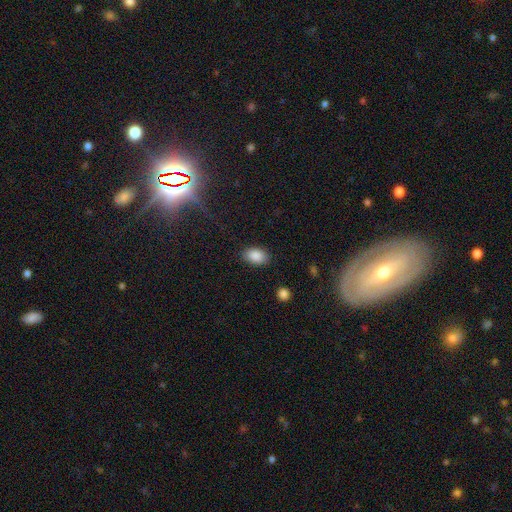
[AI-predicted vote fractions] Smooth or featured: smooth — 88% (star or artifact — 8%)
How rounded: in between — 88% (round — 10%)
Merging: none — 86% (minor disturbance — 10%)